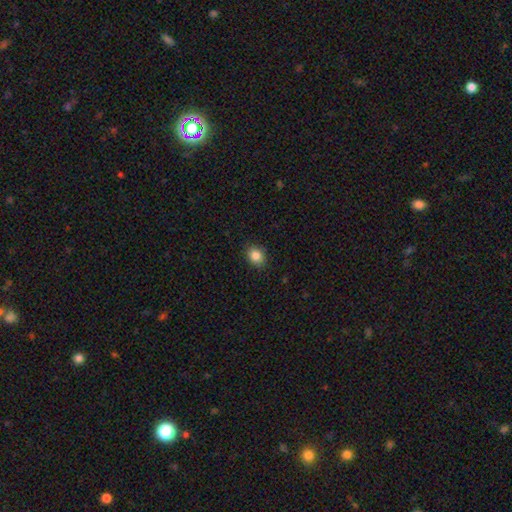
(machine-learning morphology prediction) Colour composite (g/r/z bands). It shows a smooth galaxy with no disk features (85%) that is round (51%). Merging: none (89%).